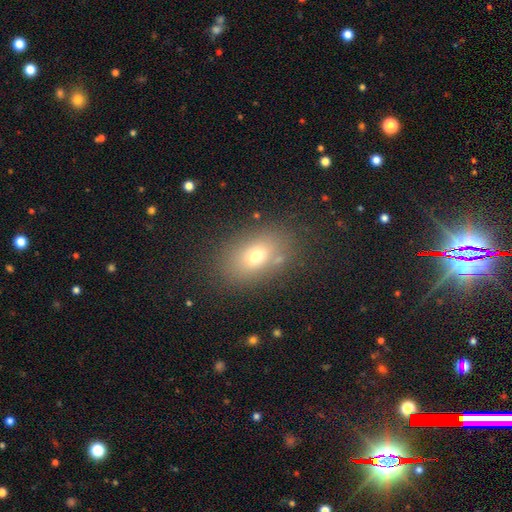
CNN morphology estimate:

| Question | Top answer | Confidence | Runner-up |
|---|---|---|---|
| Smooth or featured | smooth | 69% | featured or disk (16%) |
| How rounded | in between | 78% | round (20%) |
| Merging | none | 79% | minor disturbance (12%) |